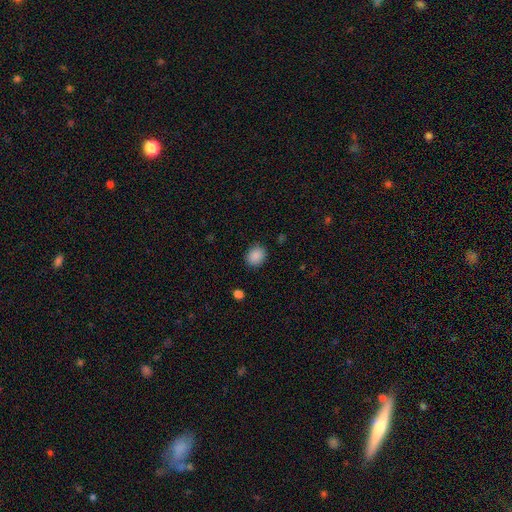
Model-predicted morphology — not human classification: Smooth or featured? Predicted: smooth (p=0.88). How rounded? Predicted: round (p=0.61). Merging? Predicted: none (p=0.87).